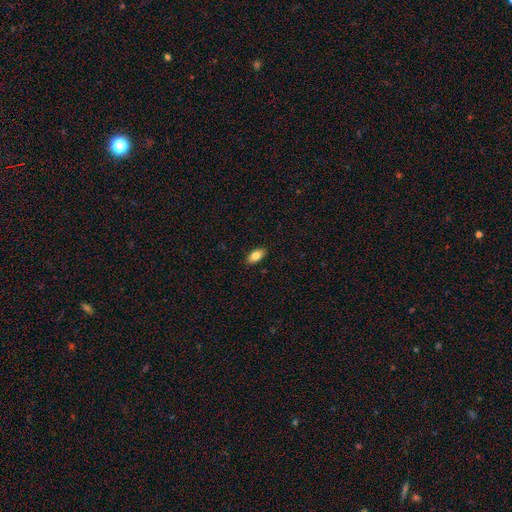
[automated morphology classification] Smooth or featured? Predicted: smooth (p=0.82). How rounded? Predicted: in between (p=0.91). Merging? Predicted: none (p=0.89).